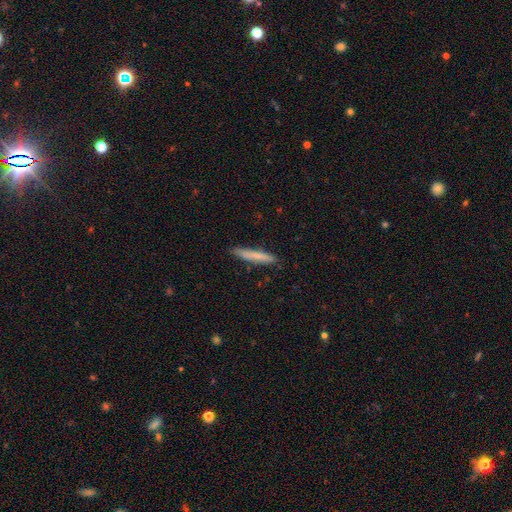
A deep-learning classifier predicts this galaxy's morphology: A smooth galaxy with no disk features (69%) that is cigar-shaped (93%).

Vote fractions:
- Smooth or featured? smooth: 69% / featured or disk: 25% / star or artifact: 6%
- How rounded? cigar-shaped: 93% / in between: 5% / round: 1%
- Merging? none: 87% / minor disturbance: 10% / major disturbance: 2% / merger: 1%